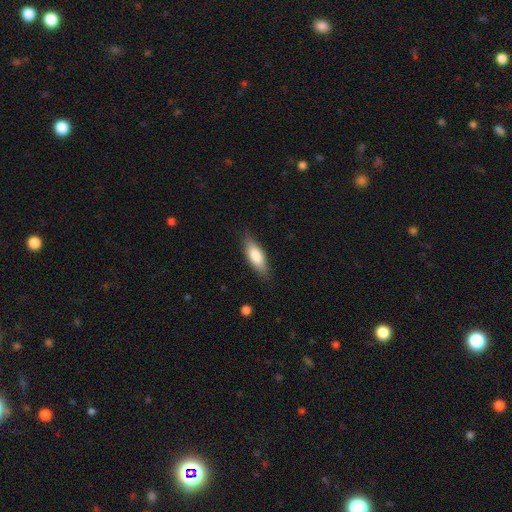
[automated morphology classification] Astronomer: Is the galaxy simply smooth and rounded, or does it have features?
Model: smooth — 76%.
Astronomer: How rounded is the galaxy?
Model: in between — 63%.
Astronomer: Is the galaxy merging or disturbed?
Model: none — 83%.